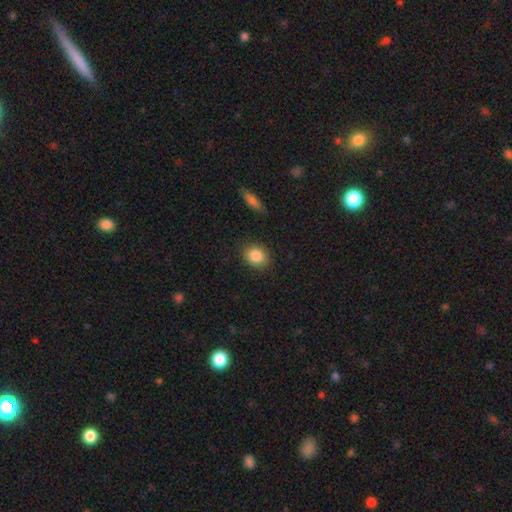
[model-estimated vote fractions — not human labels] Overall: smooth (87%). How rounded: round (55%; in between 44%). Merging: none (85%).